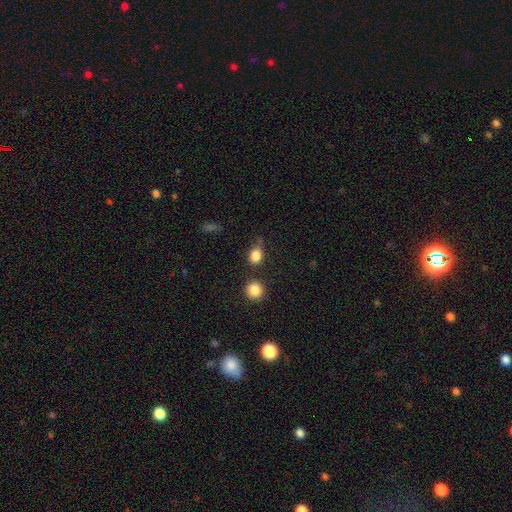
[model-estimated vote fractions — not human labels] Morphology: type=smooth (85%); roundness=in between (49%, tied with round); merging=none (63%).